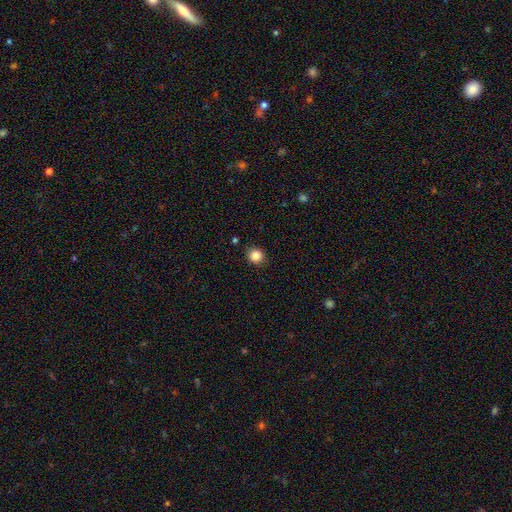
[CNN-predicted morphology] Smooth or featured?
  - smooth: 85% *
  - star or artifact: 11%
  - featured or disk: 4%
How rounded?
  - round: 87% *
  - in between: 12%
  - cigar-shaped: 1%
Merging?
  - none: 89% *
  - minor disturbance: 7%
  - major disturbance: 2%
  - merger: 2%